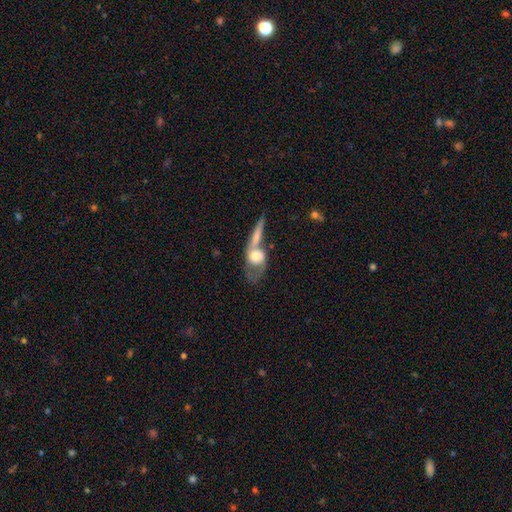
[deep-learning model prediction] Morphology: type=smooth (52%); roundness=in between (57%); merging=merger (56%).